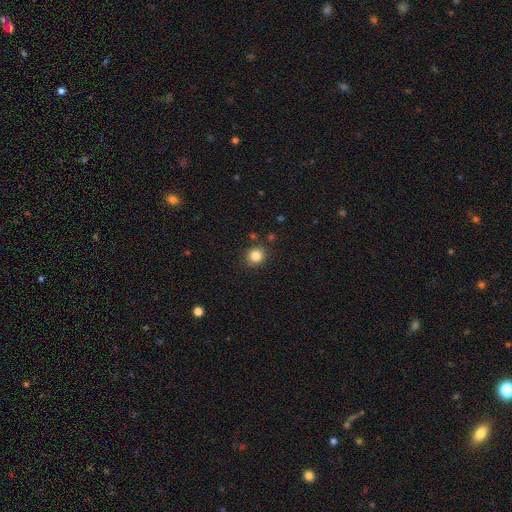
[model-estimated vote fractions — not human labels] Overall: smooth (84%). How rounded: round (84%). Merging: none (85%).